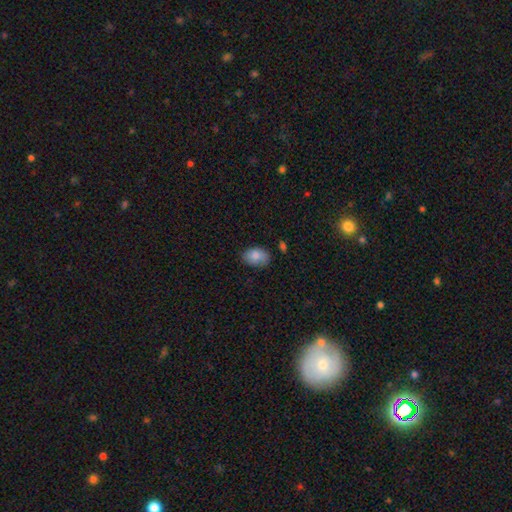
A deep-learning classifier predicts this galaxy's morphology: This is clearly a smooth galaxy (84%). How rounded: clearly in between (85%). Merging: likely none (71%).